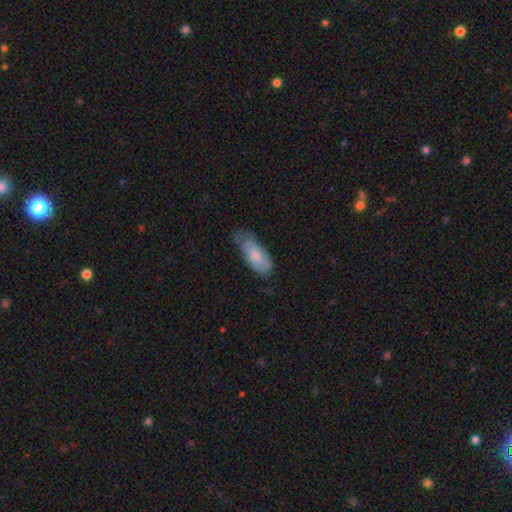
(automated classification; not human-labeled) This is likely a smooth galaxy (74%). How rounded: clearly in between (84%). Merging: possibly none (48%).